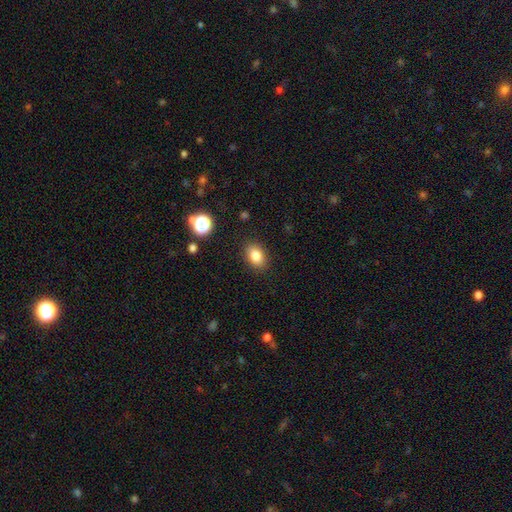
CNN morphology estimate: Smooth or featured? smooth (83%)
How rounded? in between (75%)
Merging? none (87%)